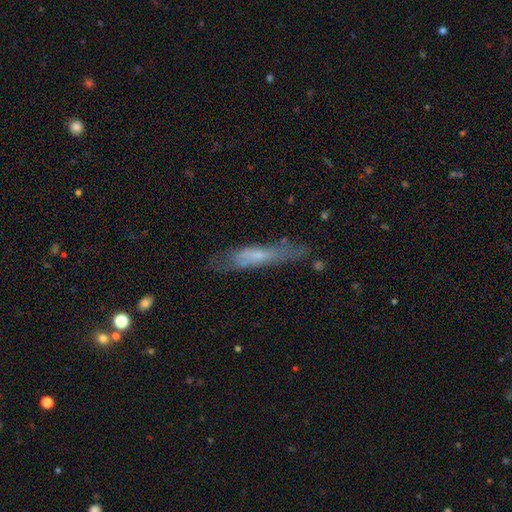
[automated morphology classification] The model was most divided on "smooth or featured": smooth: 49%, featured or disk: 44%, star or artifact: 7%. More confident: merging — none (65%).